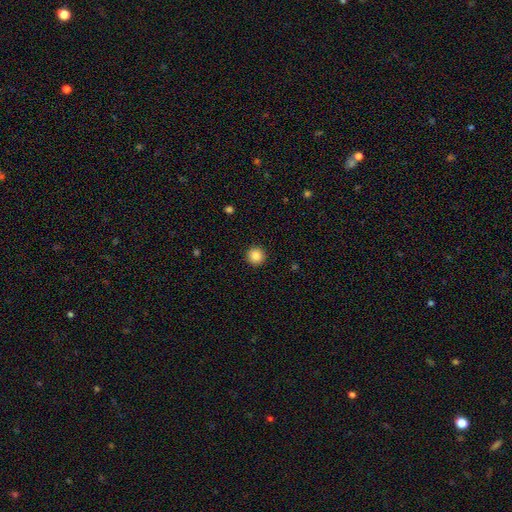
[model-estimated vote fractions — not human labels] This appears to be a smooth galaxy with no disk features (86%) that is round (96%). Merging: none (93%).